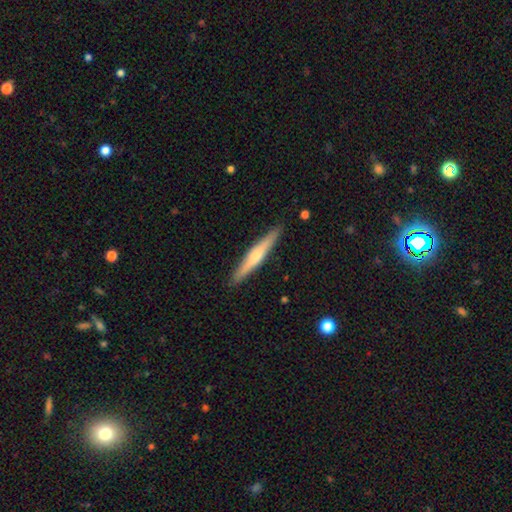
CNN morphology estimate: Smooth or featured? Predicted: featured or disk (p=0.52). Edge-on disk? Predicted: yes (p=0.97). Edge-on bulge? Predicted: rounded (p=0.68). Merging? Predicted: none (p=0.91).